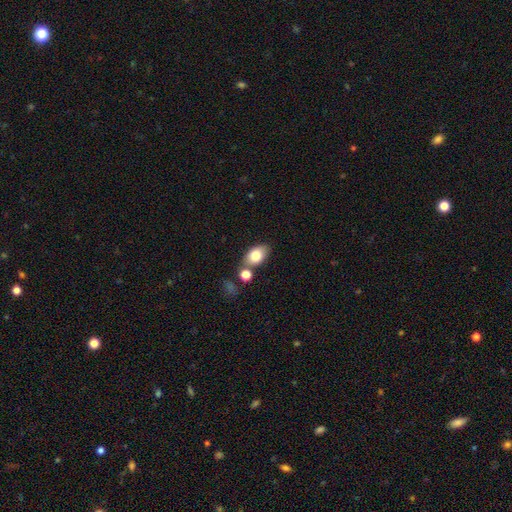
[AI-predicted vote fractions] smooth_or_featured: smooth (p=0.81) [alt: featured or disk p=0.11]
how_rounded: in between (p=0.86) [alt: round p=0.12]
merging: none (p=0.66) [alt: merger p=0.17]